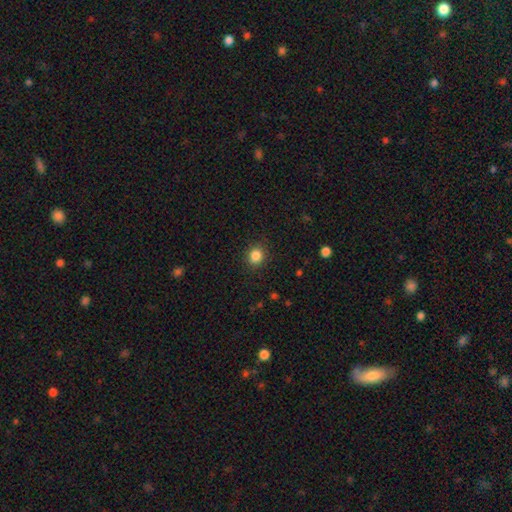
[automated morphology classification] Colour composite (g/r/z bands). It shows a smooth galaxy with no disk features (85%) that is round (83%). Merging: none (90%).